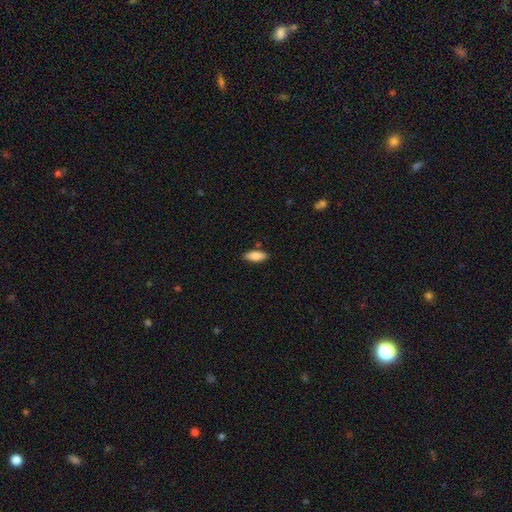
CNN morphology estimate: Q: Smooth or featured?
A: smooth (85%); runner-up: featured or disk (9%)
Q: How rounded?
A: in between (75%); runner-up: cigar-shaped (23%)
Q: Merging?
A: none (85%); runner-up: minor disturbance (11%)